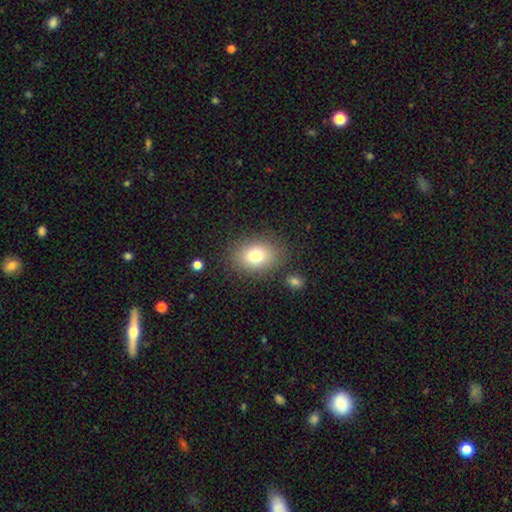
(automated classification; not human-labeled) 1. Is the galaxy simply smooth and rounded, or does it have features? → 77% smooth, 12% featured or disk, 11% star or artifact.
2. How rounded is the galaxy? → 67% in between, 32% round, 1% cigar-shaped.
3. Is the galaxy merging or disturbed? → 83% none, 10% minor disturbance, 4% major disturbance, 3% merger.